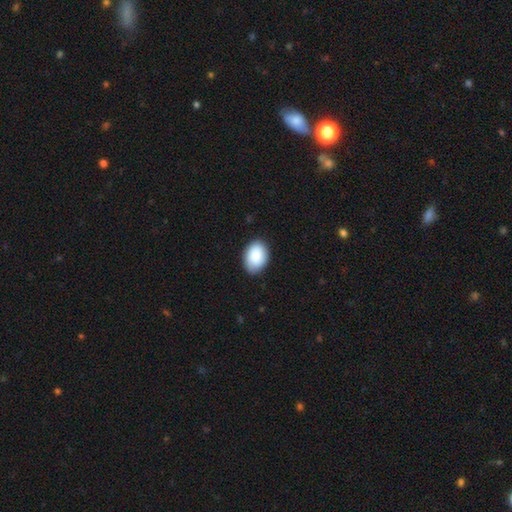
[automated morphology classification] Smooth or featured? Predicted: smooth (p=0.88). How rounded? Predicted: in between (p=0.83). Merging? Predicted: none (p=0.85).